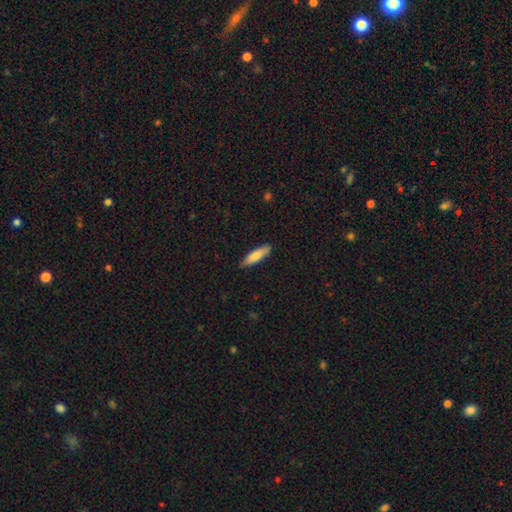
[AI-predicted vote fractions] Smooth or featured?
  - smooth: 79% *
  - featured or disk: 16%
  - star or artifact: 6%
How rounded?
  - cigar-shaped: 66% *
  - in between: 33%
  - round: 1%
Merging?
  - none: 86% *
  - minor disturbance: 11%
  - major disturbance: 2%
  - merger: 1%